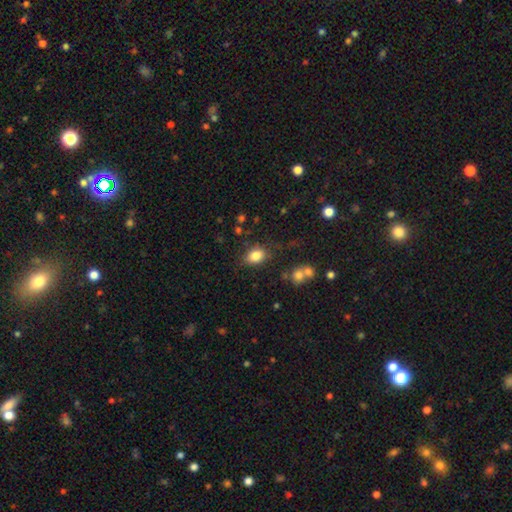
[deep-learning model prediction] The model was most divided on "how rounded": in between: 74%, round: 25%, cigar-shaped: 1%. More confident: smooth or featured — smooth (84%); merging — none (76%).